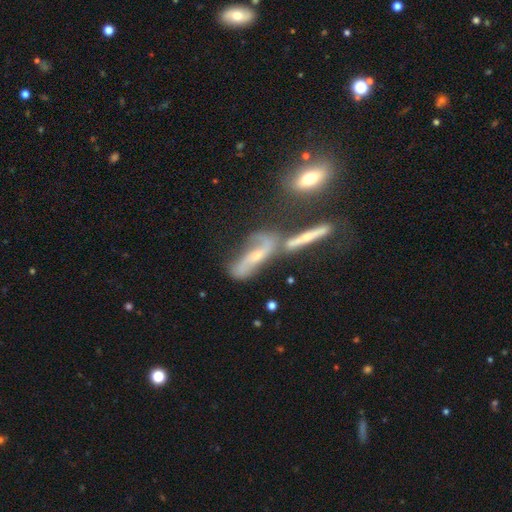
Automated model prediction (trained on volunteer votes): Q: Smooth or featured?
A: featured or disk (76%); runner-up: smooth (15%)
Q: Edge-on disk?
A: no (78%); runner-up: yes (22%)
Q: Bar?
A: no (45%); runner-up: weak (34%)
Q: Spiral arms?
A: yes (88%); runner-up: no (12%)
Q: Spiral winding?
A: loose (64%); runner-up: medium (25%)
Q: Spiral arm count?
A: 2 (85%); runner-up: can't tell (8%)
Q: Bulge size?
A: small (55%); runner-up: moderate (37%)
Q: Merging?
A: merger (38%); runner-up: none (33%)